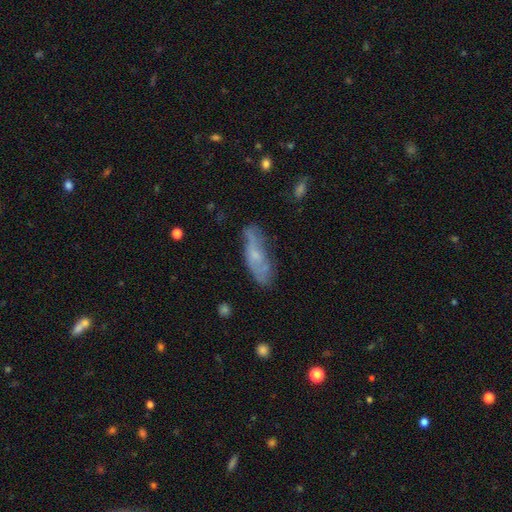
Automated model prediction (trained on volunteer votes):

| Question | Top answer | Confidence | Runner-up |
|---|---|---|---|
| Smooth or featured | featured or disk | 48% | smooth (44%) |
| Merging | none | 62% | minor disturbance (25%) |